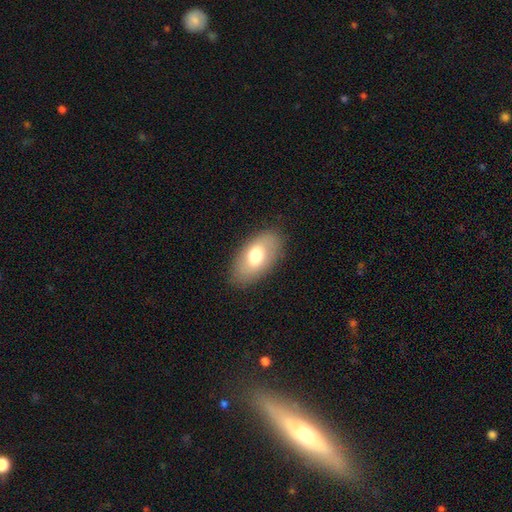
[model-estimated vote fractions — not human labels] smooth-or-featured: smooth: 68% | featured or disk: 25% | star or artifact: 7%
  how-rounded: in between: 93% | round: 5% | cigar-shaped: 2%
  merging: none: 85% | minor disturbance: 11% | major disturbance: 3% | merger: 1%